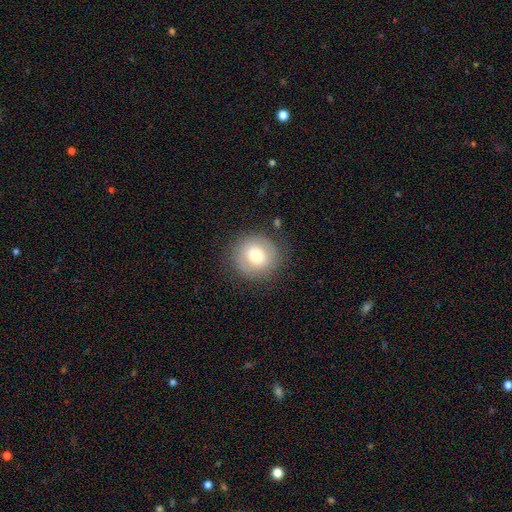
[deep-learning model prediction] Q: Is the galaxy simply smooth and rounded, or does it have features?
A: smooth — 61%.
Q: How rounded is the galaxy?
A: round — 89%.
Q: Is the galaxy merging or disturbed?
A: none — 82%.